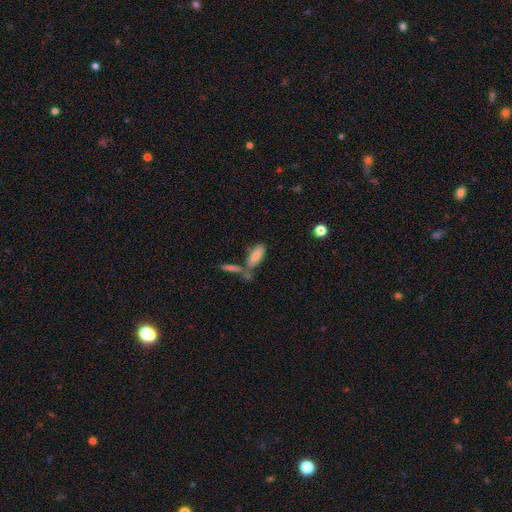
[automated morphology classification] Smooth or featured? smooth (77%)
How rounded? in between (71%)
Merging? none (47%)